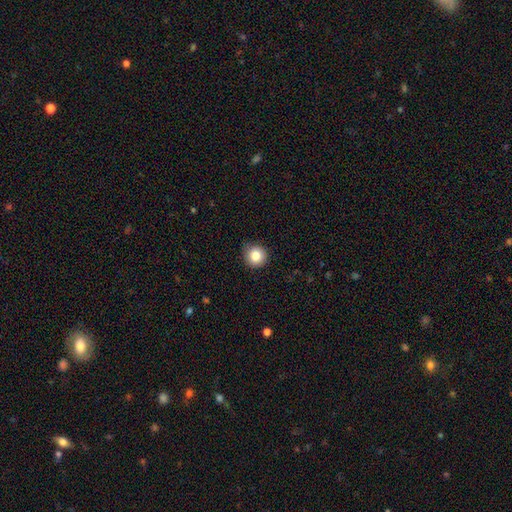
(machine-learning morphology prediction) This appears to be a smooth galaxy with no disk features (84%) that is round (93%). Merging: none (83%).